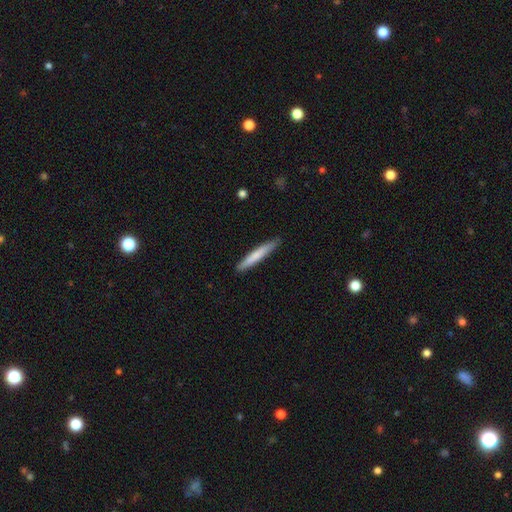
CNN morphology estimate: smooth_or_featured: smooth (p=0.72) [alt: featured or disk p=0.22]
how_rounded: cigar-shaped (p=0.95) [alt: in between p=0.04]
merging: none (p=0.89) [alt: minor disturbance p=0.08]